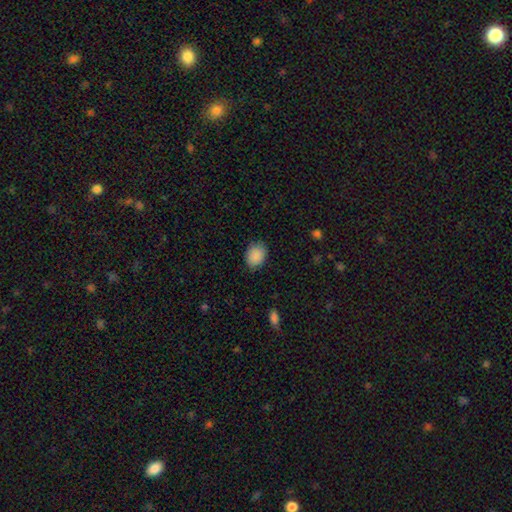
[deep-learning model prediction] Smooth or featured: smooth — 90% (star or artifact — 7%)
How rounded: in between — 54% (round — 45%)
Merging: none — 83% (minor disturbance — 13%)